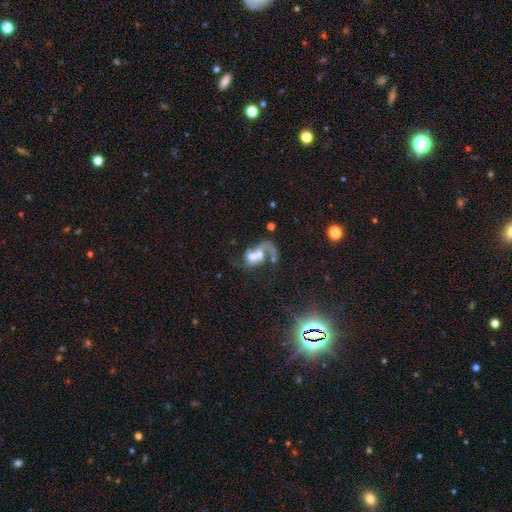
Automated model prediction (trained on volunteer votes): Q: Smooth or featured?
A: featured or disk (64%); runner-up: smooth (27%)
Q: Edge-on disk?
A: no (97%); runner-up: yes (3%)
Q: Bar?
A: no (72%); runner-up: weak (22%)
Q: Spiral arms?
A: yes (74%); runner-up: no (26%)
Q: Bulge size?
A: moderate (44%); runner-up: large (25%)
Q: Merging?
A: merger (63%); runner-up: major disturbance (18%)